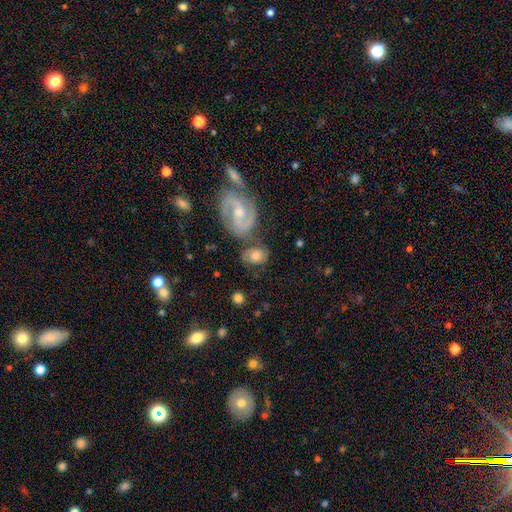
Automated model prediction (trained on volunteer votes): A smooth galaxy with no disk features (46%).

Vote fractions:
- Smooth or featured? smooth: 46% / featured or disk: 44% / star or artifact: 9%
- Merging? none: 54% / merger: 22% / minor disturbance: 17% / major disturbance: 7%